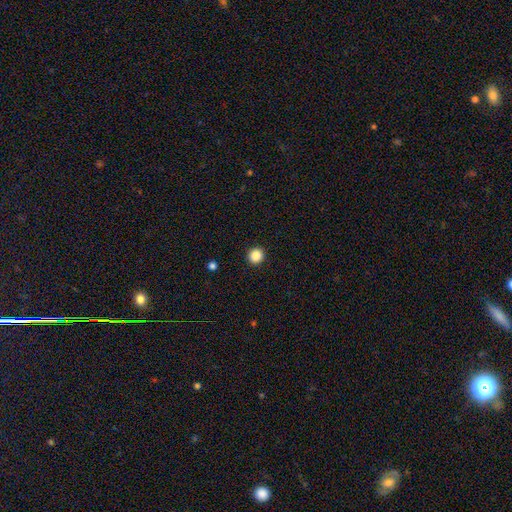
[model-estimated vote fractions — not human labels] Smooth or featured: smooth — 87% (star or artifact — 10%)
How rounded: round — 94% (in between — 5%)
Merging: none — 93% (minor disturbance — 4%)